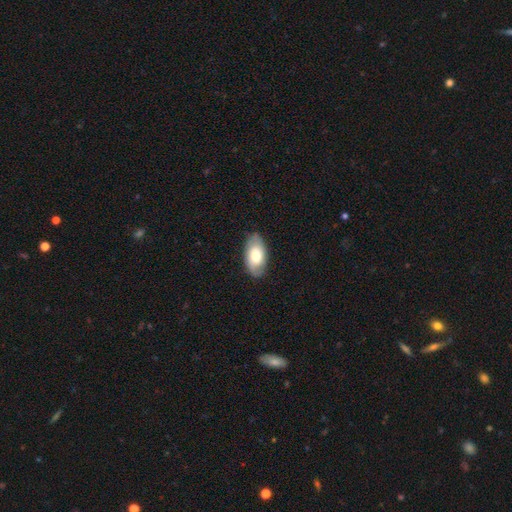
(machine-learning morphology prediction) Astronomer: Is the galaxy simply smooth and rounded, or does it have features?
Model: smooth — 64%.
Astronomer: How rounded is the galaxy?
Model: in between — 95%.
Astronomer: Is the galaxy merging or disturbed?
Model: none — 82%.